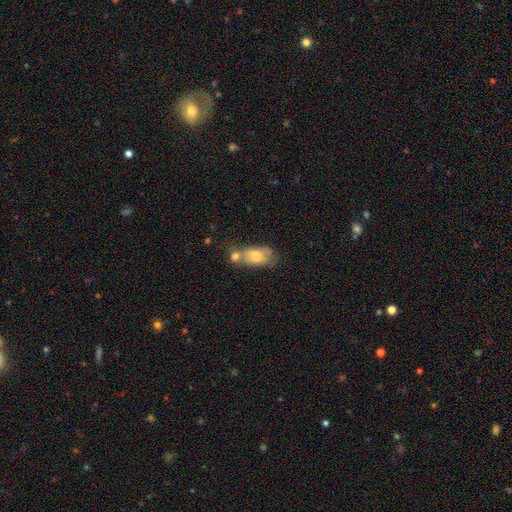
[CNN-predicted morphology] A smooth galaxy with no disk features (65%) that is in between round and cigar-shaped (85%). Merging: merger (41%).